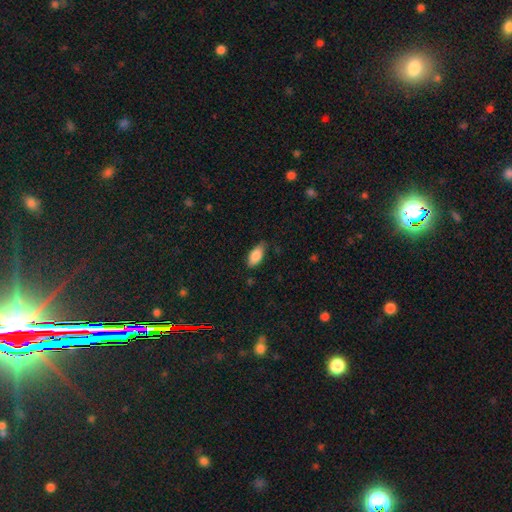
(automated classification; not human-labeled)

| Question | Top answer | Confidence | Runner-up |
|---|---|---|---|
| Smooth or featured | smooth | 86% | featured or disk (8%) |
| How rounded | in between | 90% | cigar-shaped (7%) |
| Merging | none | 75% | minor disturbance (20%) |